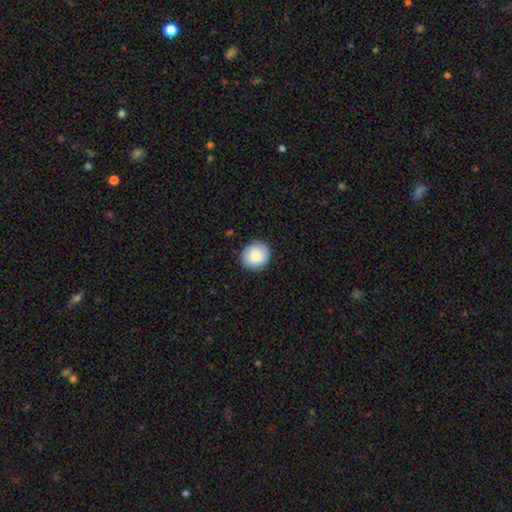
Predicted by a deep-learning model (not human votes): This is clearly a smooth galaxy (87%). How rounded: likely round (75%). Merging: clearly none (90%).